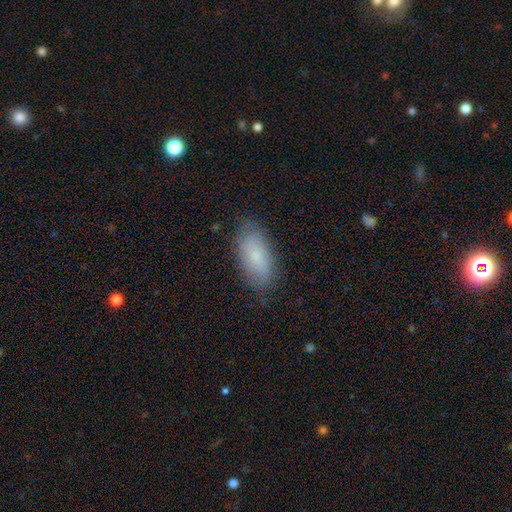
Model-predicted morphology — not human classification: smooth_or_featured: smooth (p=0.72) [alt: featured or disk p=0.21]
how_rounded: in between (p=0.89) [alt: cigar-shaped p=0.08]
merging: none (p=0.80) [alt: minor disturbance p=0.15]